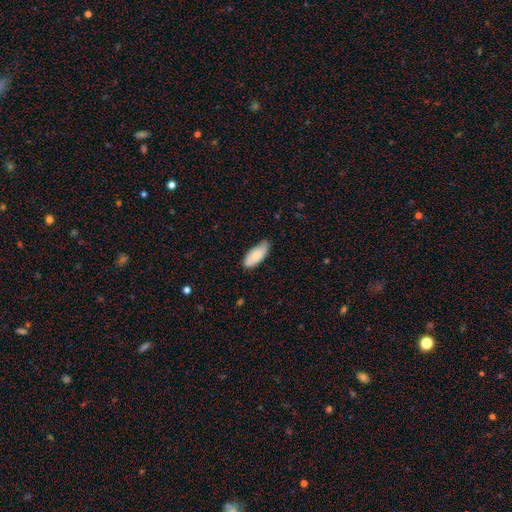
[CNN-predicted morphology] A smooth galaxy with no disk features (79%) that is in between round and cigar-shaped (87%). Merging: none (72%).